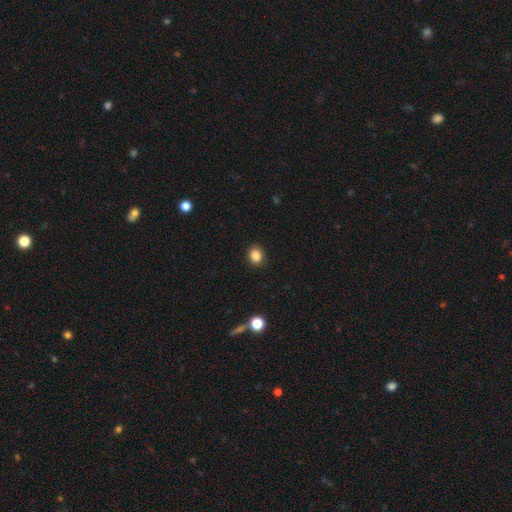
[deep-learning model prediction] Smooth or featured? Predicted: smooth (p=0.86). How rounded? Predicted: round (p=0.65). Merging? Predicted: none (p=0.89).